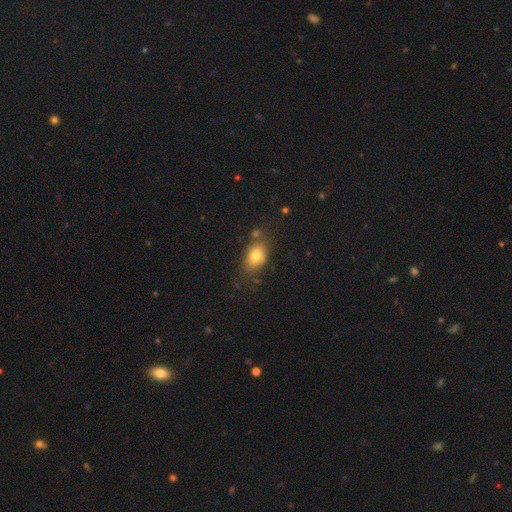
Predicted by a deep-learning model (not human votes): Smooth or featured? Predicted: smooth (p=0.77). How rounded? Predicted: in between (p=0.78). Merging? Predicted: none (p=0.70).